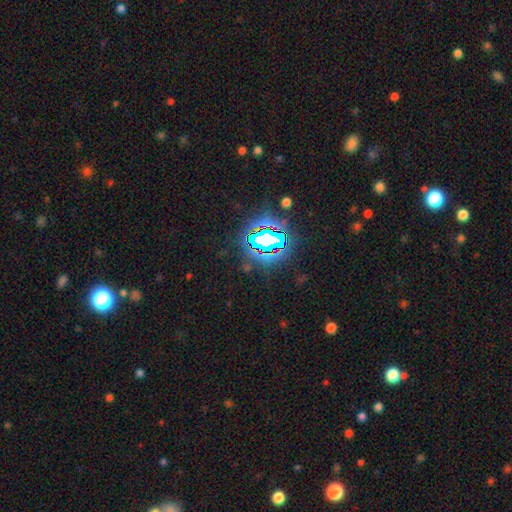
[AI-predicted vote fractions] This appears to be a star or artifact, not a galaxy (84%).